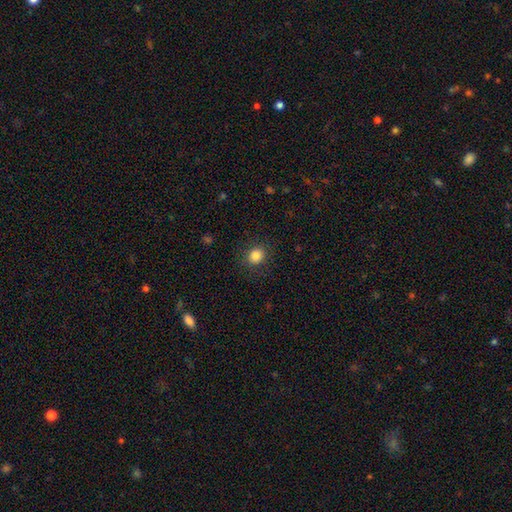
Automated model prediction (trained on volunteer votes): Overall: smooth (85%). How rounded: round (74%). Merging: none (87%).